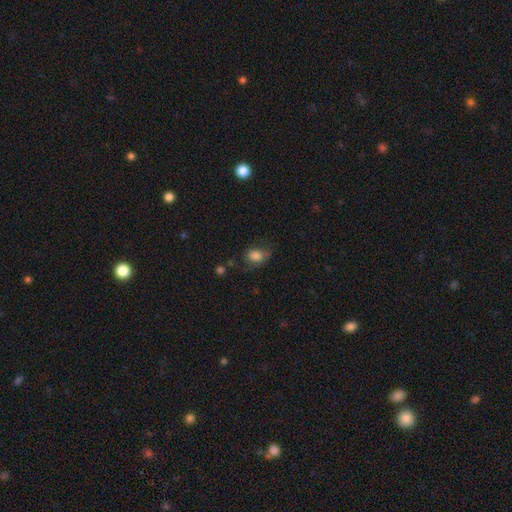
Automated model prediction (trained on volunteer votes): Q: Smooth or featured?
A: smooth (78%); runner-up: featured or disk (12%)
Q: How rounded?
A: in between (70%); runner-up: round (28%)
Q: Merging?
A: none (49%); runner-up: minor disturbance (30%)